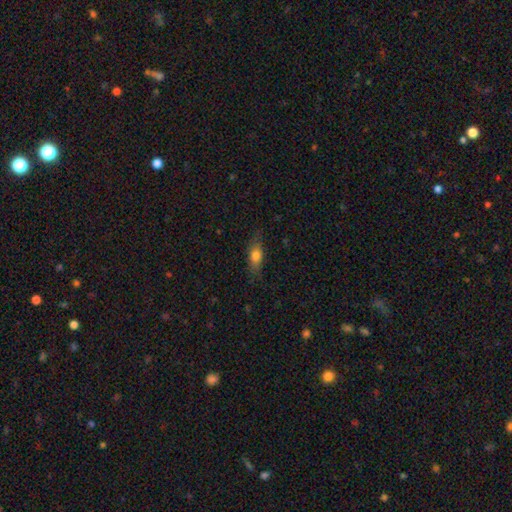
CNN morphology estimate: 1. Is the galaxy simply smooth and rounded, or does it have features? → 72% smooth, 20% featured or disk, 8% star or artifact.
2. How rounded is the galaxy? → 68% in between, 27% cigar-shaped, 5% round.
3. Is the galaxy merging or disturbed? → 78% none, 17% minor disturbance, 4% major disturbance, 1% merger.